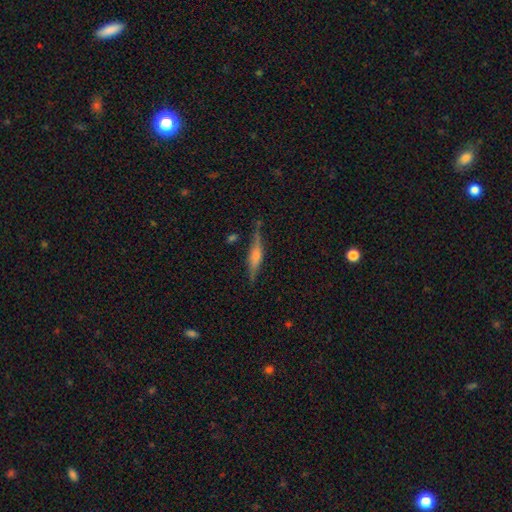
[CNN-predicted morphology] Smooth or featured? featured or disk (69%)
Edge-on disk? yes (96%)
Edge-on bulge? rounded (76%)
Merging? none (83%)